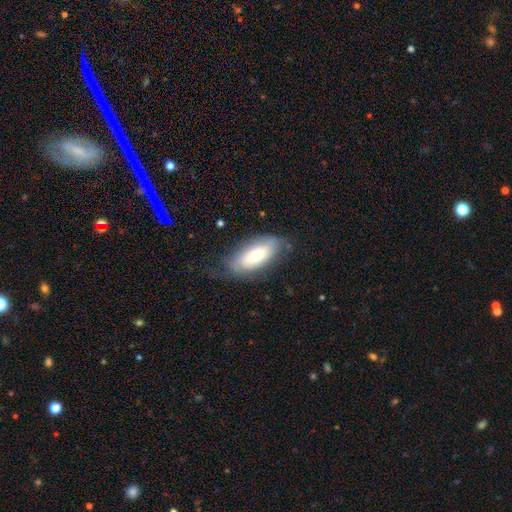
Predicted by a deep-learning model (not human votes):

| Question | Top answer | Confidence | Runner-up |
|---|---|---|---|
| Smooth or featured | smooth | 65% | featured or disk (28%) |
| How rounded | in between | 85% | cigar-shaped (13%) |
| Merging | none | 64% | minor disturbance (25%) |